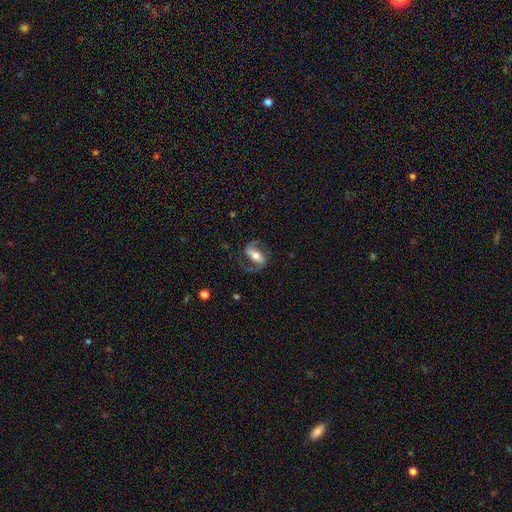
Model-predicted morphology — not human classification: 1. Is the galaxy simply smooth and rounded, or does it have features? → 86% featured or disk, 9% smooth, 5% star or artifact.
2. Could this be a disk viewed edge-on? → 96% no, 4% yes.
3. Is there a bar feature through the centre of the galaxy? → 54% strong, 29% weak, 17% no.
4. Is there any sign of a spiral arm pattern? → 95% yes, 5% no.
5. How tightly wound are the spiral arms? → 50% medium, 37% loose, 13% tight.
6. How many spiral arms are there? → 91% 2, 4% 1, 2% can't tell, 1% 3, 1% 4, 1% more than 4.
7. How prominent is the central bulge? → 67% moderate, 19% small, 11% large, 1% none, 1% dominant.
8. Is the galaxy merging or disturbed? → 75% none, 13% minor disturbance, 10% major disturbance, 2% merger.